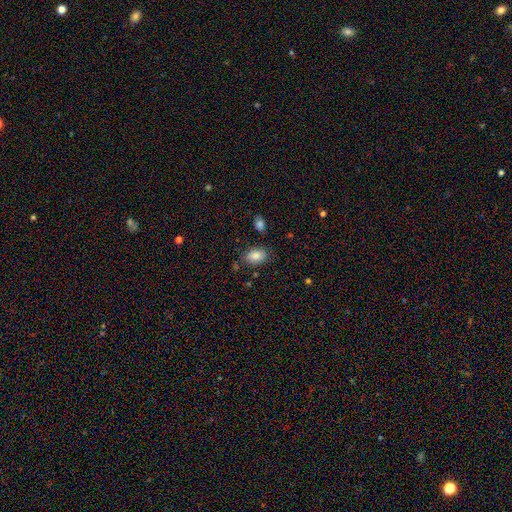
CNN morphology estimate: Q: Smooth or featured?
A: smooth (85%); runner-up: star or artifact (8%)
Q: How rounded?
A: in between (87%); runner-up: round (12%)
Q: Merging?
A: none (78%); runner-up: minor disturbance (14%)